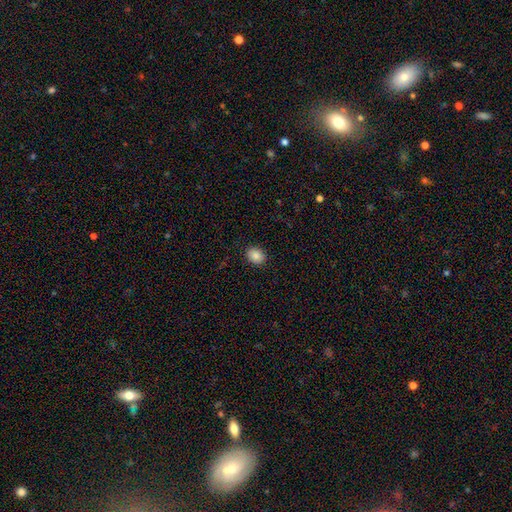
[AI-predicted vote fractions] This is clearly a smooth galaxy (85%). How rounded: possibly round (50%). Merging: clearly none (90%).